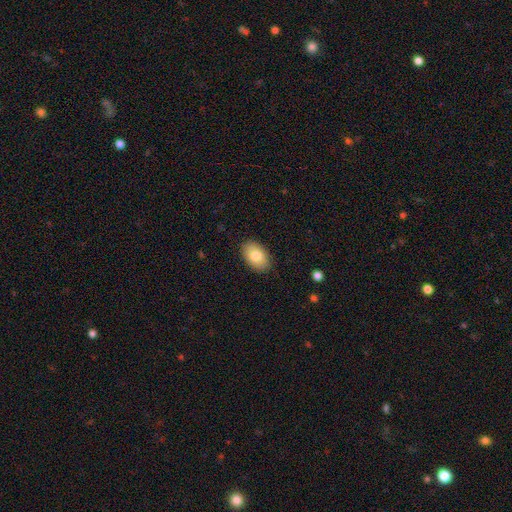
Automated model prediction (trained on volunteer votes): The model was most divided on "smooth or featured": smooth: 83%, featured or disk: 10%, star or artifact: 6%. More confident: how rounded — in between (92%); merging — none (88%).